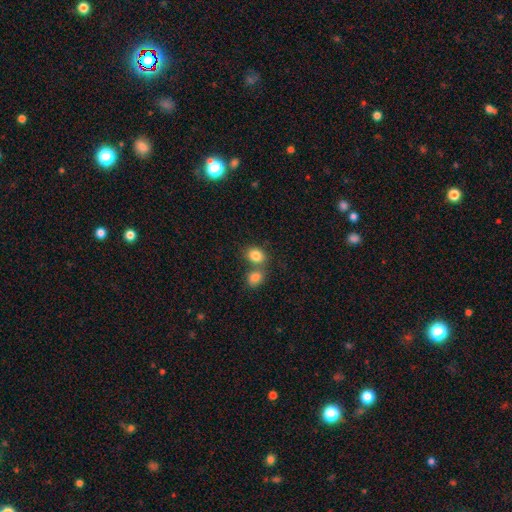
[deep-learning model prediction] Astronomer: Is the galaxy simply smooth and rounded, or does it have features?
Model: smooth — 83%.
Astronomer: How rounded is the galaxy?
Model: round — 50% (runner-up: in between, 49%).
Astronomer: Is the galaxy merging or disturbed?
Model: none — 48% (runner-up: merger, 41%).